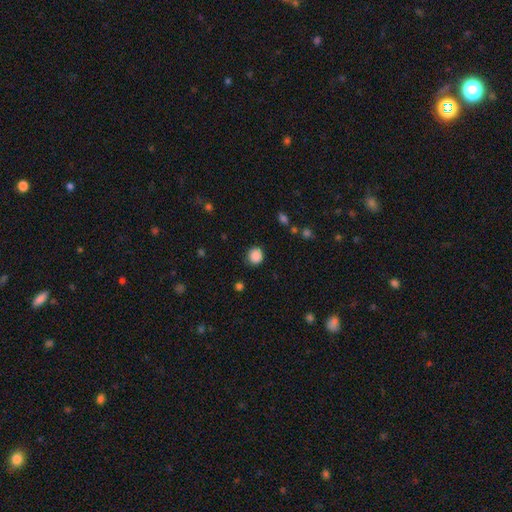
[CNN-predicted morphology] Smooth or featured: smooth — 87% (star or artifact — 10%)
How rounded: round — 86% (in between — 13%)
Merging: none — 88% (minor disturbance — 8%)